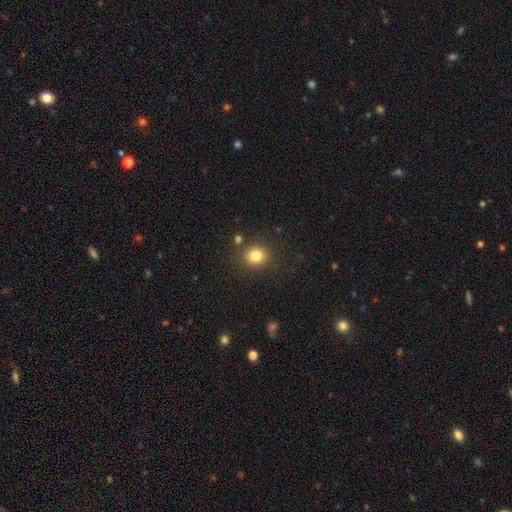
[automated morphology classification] Smooth or featured? smooth (82%)
How rounded? round (85%)
Merging? none (83%)